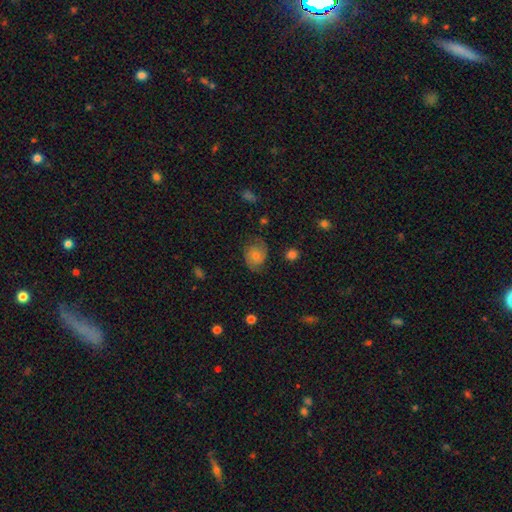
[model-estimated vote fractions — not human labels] featured or disk 48%, smooth 41%, star or artifact 11%. Down the decision tree: merging — none (69%).